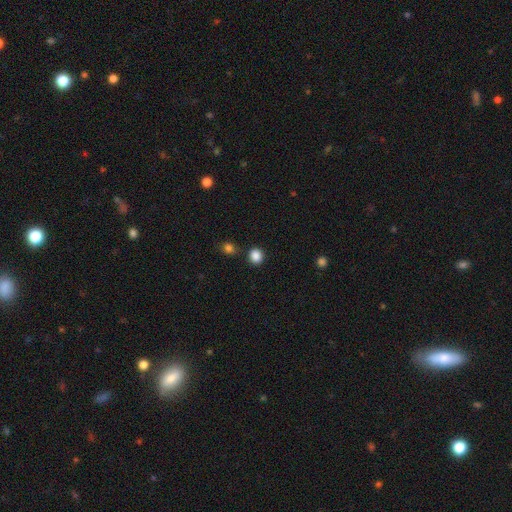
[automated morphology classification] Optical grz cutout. It shows a smooth galaxy with no disk features (86%) that is round (80%). Merging: none (82%).